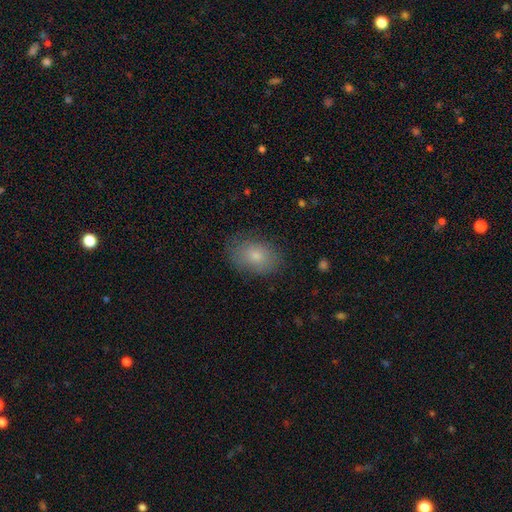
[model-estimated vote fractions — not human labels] Smooth or featured: smooth — 80% (featured or disk — 11%)
How rounded: in between — 82% (round — 17%)
Merging: none — 80% (minor disturbance — 15%)